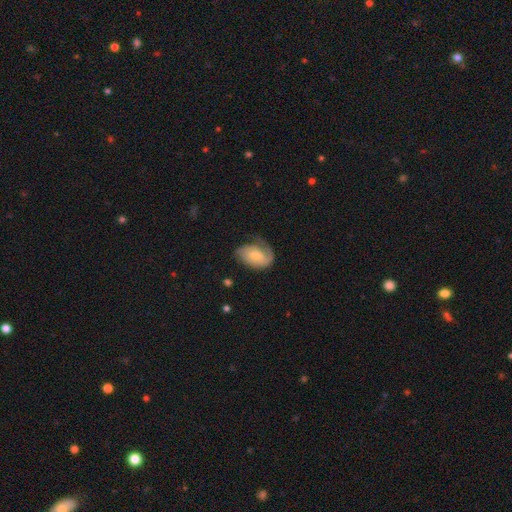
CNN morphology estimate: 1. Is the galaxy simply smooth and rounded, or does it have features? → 62% featured or disk, 32% smooth, 6% star or artifact.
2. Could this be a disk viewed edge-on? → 96% no, 4% yes.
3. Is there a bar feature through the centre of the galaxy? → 60% no, 32% weak, 8% strong.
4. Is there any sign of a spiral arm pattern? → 86% yes, 14% no.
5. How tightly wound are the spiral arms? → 37% medium (tied), 37% tight (tied), 26% loose.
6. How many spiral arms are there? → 44% 1, 36% 2, 15% can't tell, 3% 3, 1% 4, 1% more than 4.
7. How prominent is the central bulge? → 50% moderate, 44% small, 3% large, 2% none, 1% dominant.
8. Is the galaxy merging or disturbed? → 50% none, 29% minor disturbance, 20% major disturbance, 2% merger.